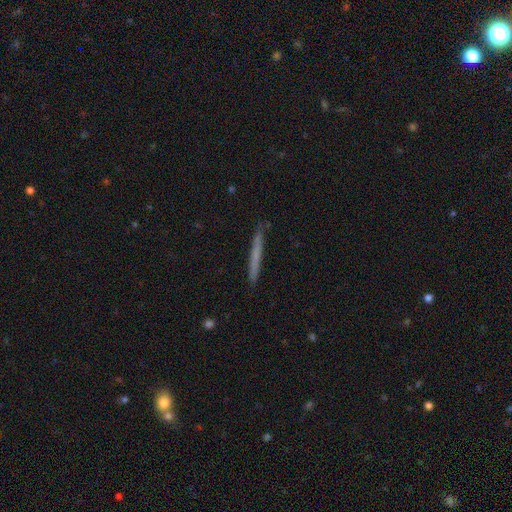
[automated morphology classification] Smooth or featured? smooth (59%)
How rounded? cigar-shaped (97%)
Merging? none (87%)